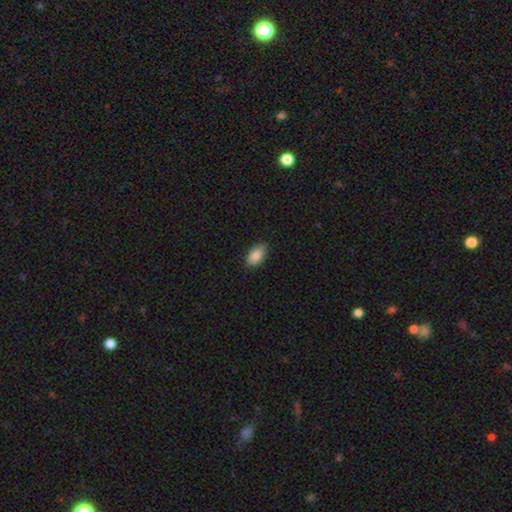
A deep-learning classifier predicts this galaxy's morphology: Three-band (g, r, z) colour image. It shows a smooth galaxy with no disk features (88%) that is in between round and cigar-shaped (93%). Merging: none (80%).